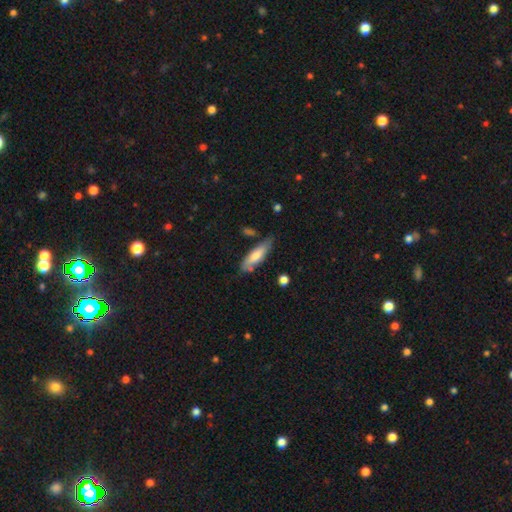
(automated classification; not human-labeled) A smooth galaxy with no disk features (68%) that is cigar-shaped (57%). Merging: none (67%).